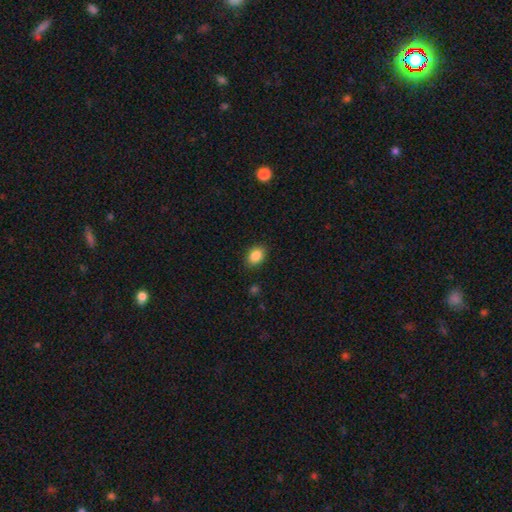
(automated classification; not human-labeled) Smooth or featured: smooth — 87% (star or artifact — 9%)
How rounded: in between — 74% (round — 24%)
Merging: none — 88% (minor disturbance — 9%)